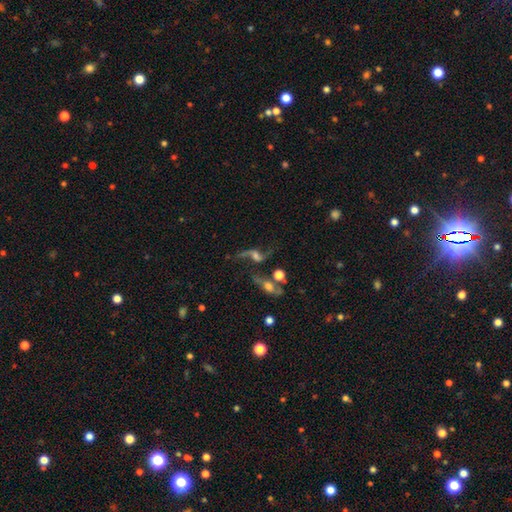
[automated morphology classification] A featured or disk galaxy (76%) with no bar (48%), 2 (88%) loose (90%) spiral arms (91%) and a moderate central bulge (36%).

Vote fractions:
- Smooth or featured? featured or disk: 76% / smooth: 13% / star or artifact: 11%
- Edge-on disk? no: 92% / yes: 8%
- Bar? no: 48% / weak: 39% / strong: 13%
- Spiral arms? yes: 91% / no: 9%
- Spiral winding? loose: 90% / medium: 7% / tight: 2%
- Spiral arm count? 2: 88% / 1: 7% / can't tell: 2% / 3: 1% / 4: 1% / more than 4: 1%
- Bulge size? moderate: 36% / small: 30% / none: 20% / large: 11% / dominant: 3%
- Merging? none: 47% / merger: 21% / major disturbance: 18% / minor disturbance: 15%